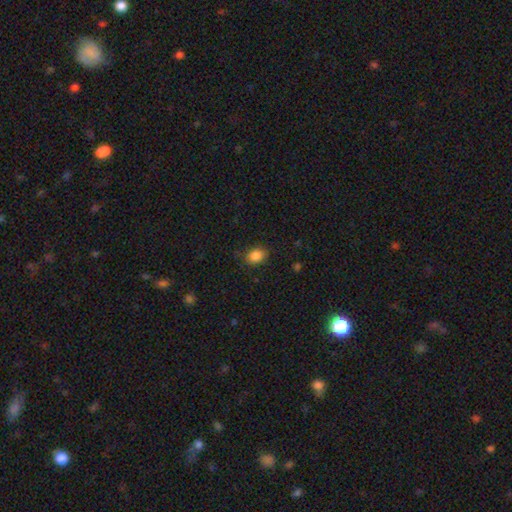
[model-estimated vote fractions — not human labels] Smooth or featured?
  - smooth: 86% *
  - star or artifact: 10%
  - featured or disk: 4%
How rounded?
  - in between: 63% *
  - round: 36%
  - cigar-shaped: 1%
Merging?
  - none: 82% *
  - minor disturbance: 13%
  - major disturbance: 3%
  - merger: 1%